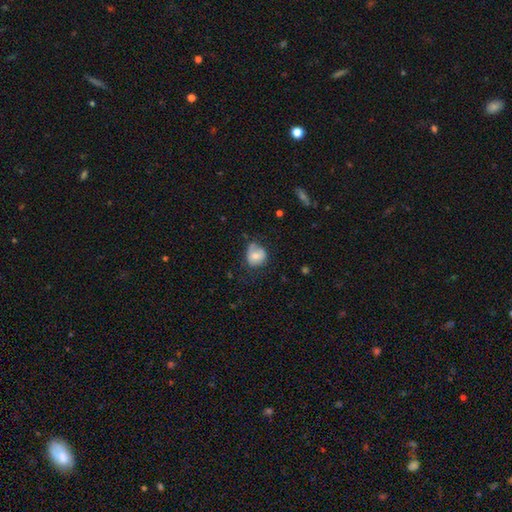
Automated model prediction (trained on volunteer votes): Morphology: type=smooth (71%); roundness=round (69%); merging=none (50%).